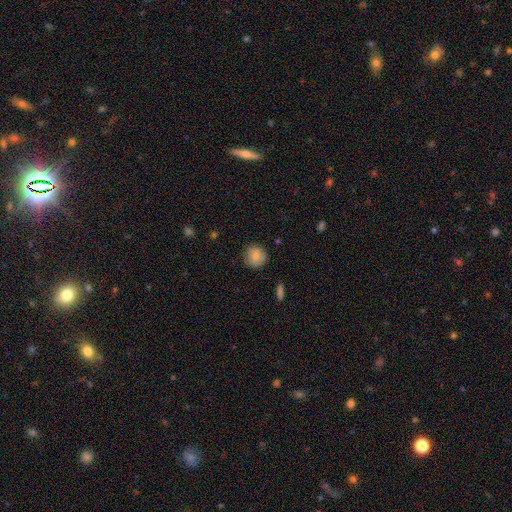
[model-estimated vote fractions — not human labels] Overall: smooth (83%). How rounded: round (90%). Merging: none (84%).